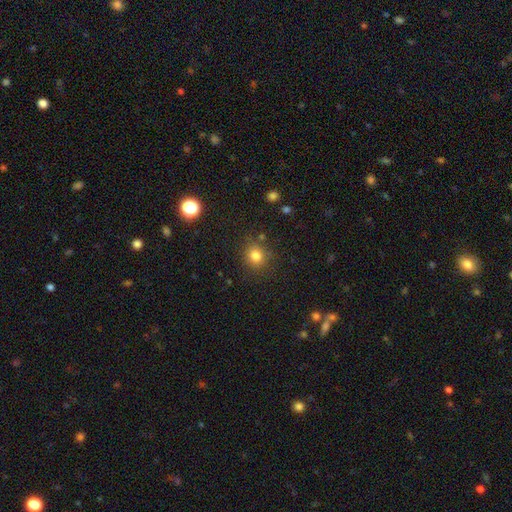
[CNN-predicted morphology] This is clearly a smooth galaxy (81%). How rounded: clearly round (82%). Merging: clearly none (83%).